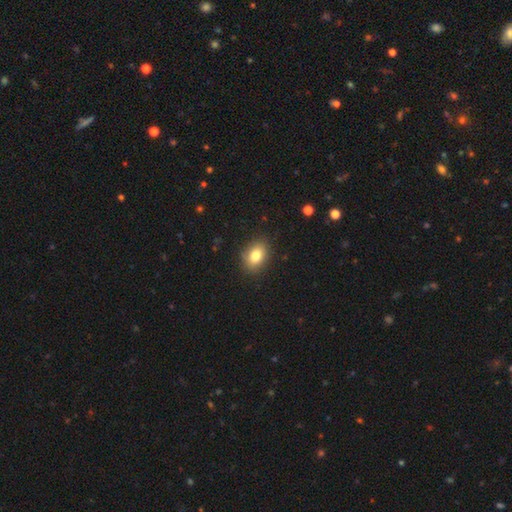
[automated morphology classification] smooth_or_featured: smooth (p=0.81) [alt: star or artifact p=0.10]
how_rounded: in between (p=0.74) [alt: round p=0.25]
merging: none (p=0.87) [alt: minor disturbance p=0.10]